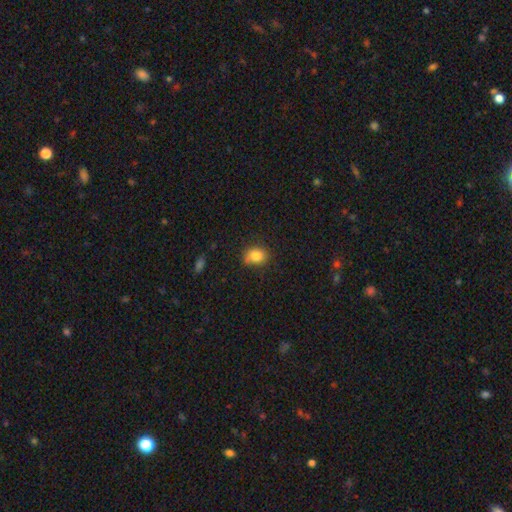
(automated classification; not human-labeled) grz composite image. It shows a smooth galaxy with no disk features (83%) that is in between round and cigar-shaped (50%). Merging: none (72%).